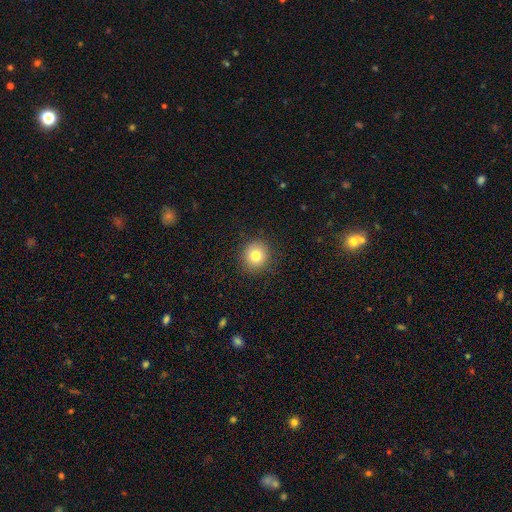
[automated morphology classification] Smooth or featured: smooth — 80% (star or artifact — 11%)
How rounded: round — 91% (in between — 8%)
Merging: none — 89% (minor disturbance — 7%)